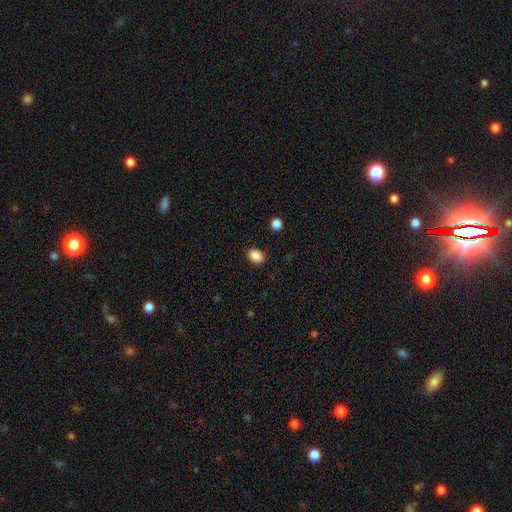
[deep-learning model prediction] Smooth or featured: smooth — 88% (star or artifact — 9%)
How rounded: in between — 53% (round — 46%)
Merging: none — 85% (minor disturbance — 10%)